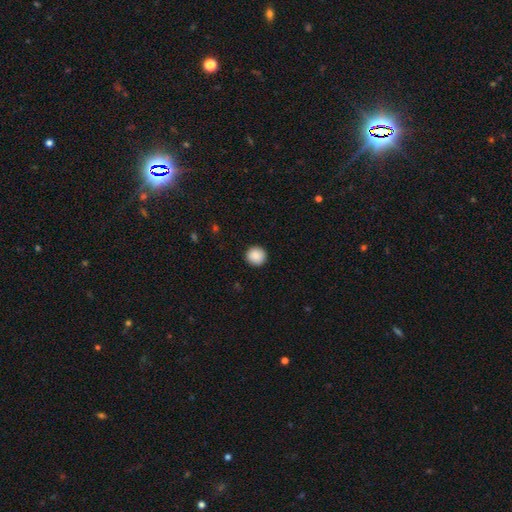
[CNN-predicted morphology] Overall: smooth (89%). How rounded: round (94%). Merging: none (93%).